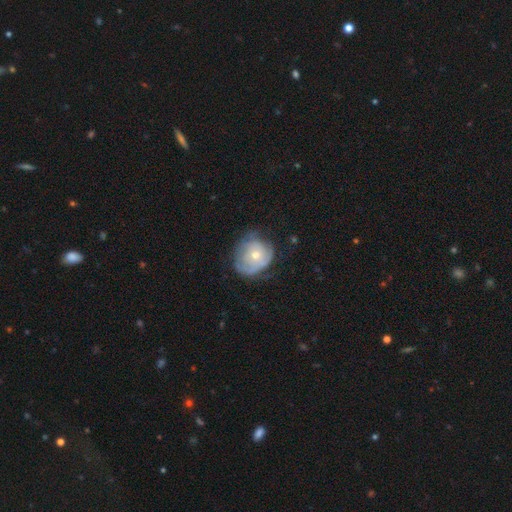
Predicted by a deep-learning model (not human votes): Smooth or featured?
  - featured or disk: 47% *
  - smooth: 45%
  - star or artifact: 7%
Merging?
  - none: 49% *
  - minor disturbance: 32%
  - major disturbance: 17%
  - merger: 2%